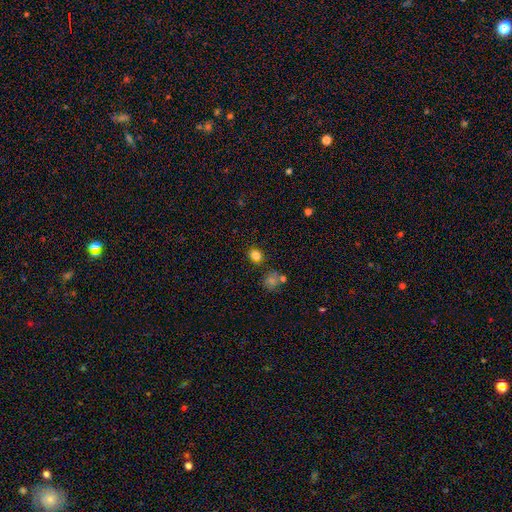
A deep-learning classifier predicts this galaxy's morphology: This is clearly a smooth galaxy (83%). How rounded: likely round (66%). Merging: clearly none (80%).